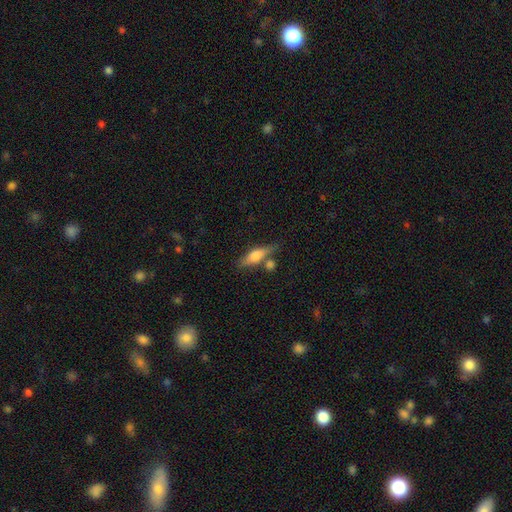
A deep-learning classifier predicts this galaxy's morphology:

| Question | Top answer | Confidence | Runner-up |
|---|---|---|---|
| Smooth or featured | smooth | 56% | featured or disk (37%) |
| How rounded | cigar-shaped | 52% | in between (43%) |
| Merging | none | 60% | merger (18%) |